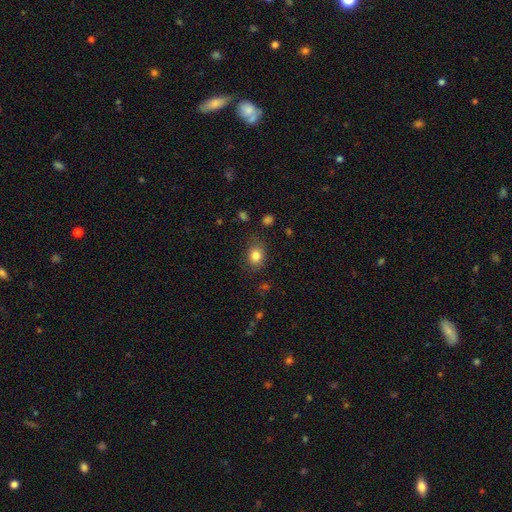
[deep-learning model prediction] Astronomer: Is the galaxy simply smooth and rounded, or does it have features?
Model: smooth — 83%.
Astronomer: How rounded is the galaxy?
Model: in between — 50% (runner-up: round, 49%).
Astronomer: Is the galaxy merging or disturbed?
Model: none — 79%.